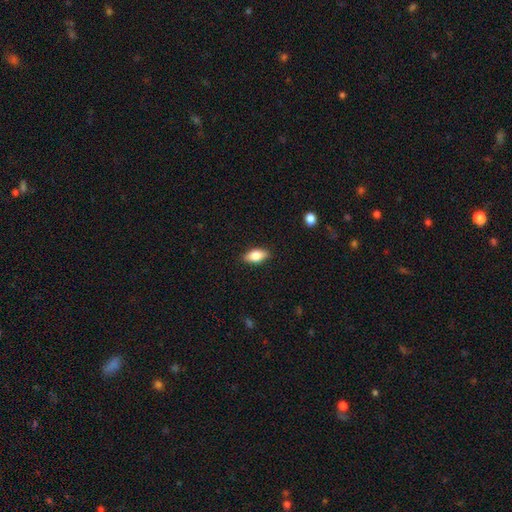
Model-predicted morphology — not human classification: Q: Smooth or featured?
A: smooth (79%); runner-up: featured or disk (14%)
Q: How rounded?
A: in between (87%); runner-up: cigar-shaped (9%)
Q: Merging?
A: none (88%); runner-up: minor disturbance (9%)